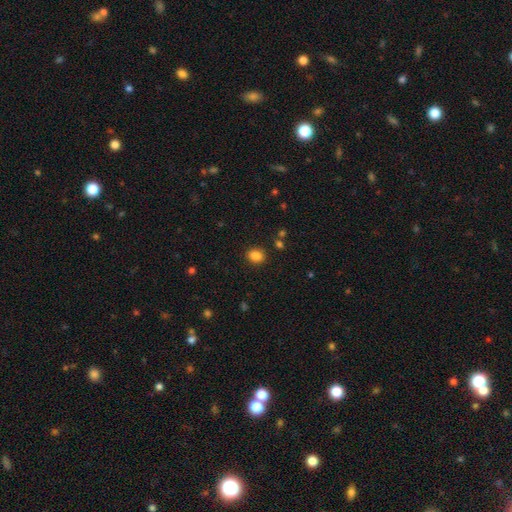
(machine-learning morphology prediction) A smooth galaxy with no disk features (85%) that is round (58%).

Vote fractions:
- Smooth or featured? smooth: 85% / star or artifact: 11% / featured or disk: 4%
- How rounded? round: 58% / in between: 42% / cigar-shaped: 1%
- Merging? none: 87% / minor disturbance: 8% / major disturbance: 3% / merger: 2%